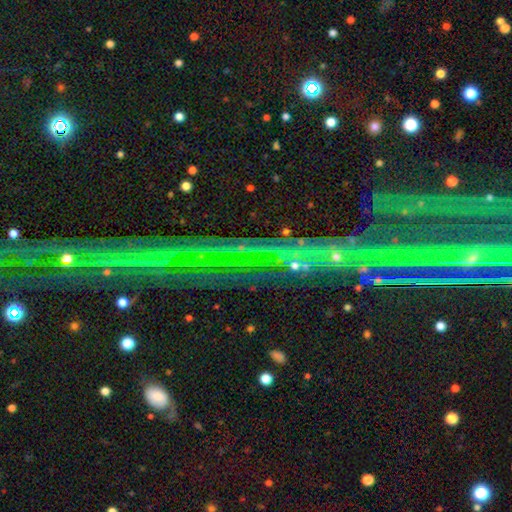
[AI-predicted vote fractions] smooth_or_featured: star or artifact (p=0.75) [alt: featured or disk p=0.14]